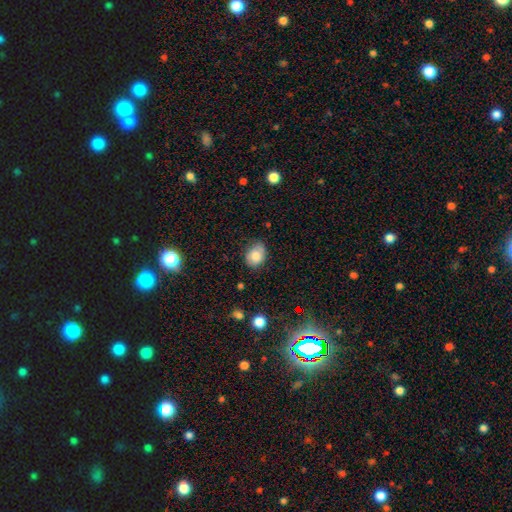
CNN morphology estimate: smooth 80%, featured or disk 11%, star or artifact 9%. Down the decision tree: how rounded — in between (62%); merging — none (62%).